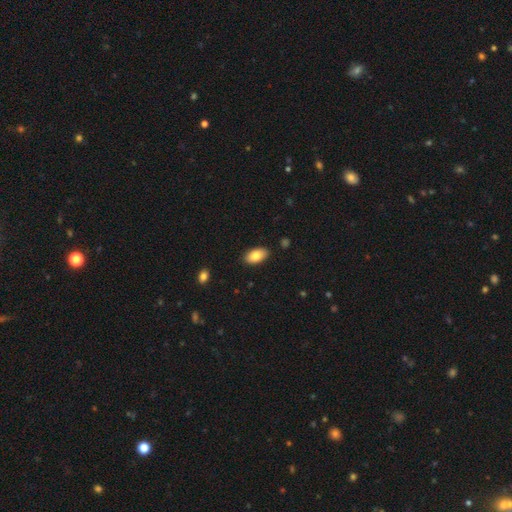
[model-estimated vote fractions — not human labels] Smooth or featured? Predicted: smooth (p=0.83). How rounded? Predicted: in between (p=0.94). Merging? Predicted: none (p=0.88).